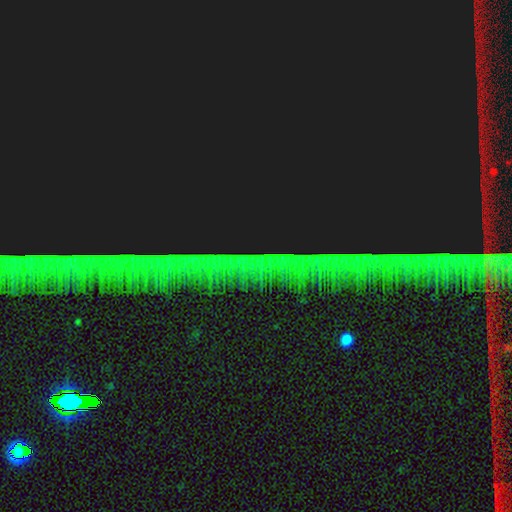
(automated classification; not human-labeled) Smooth or featured? Predicted: star or artifact (p=0.84).